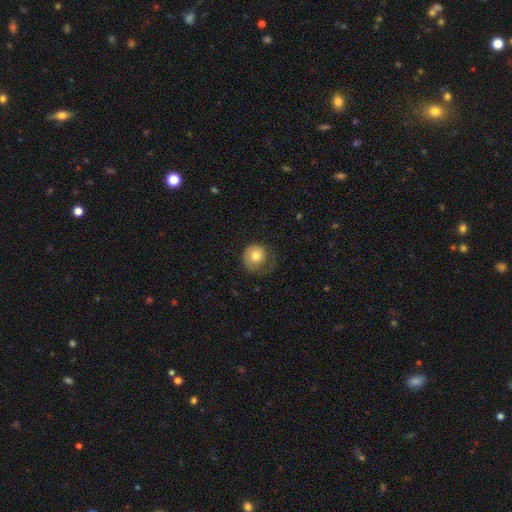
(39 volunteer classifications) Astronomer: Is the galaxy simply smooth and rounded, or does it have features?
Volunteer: smooth — 82%.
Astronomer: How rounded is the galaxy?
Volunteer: round — 97%.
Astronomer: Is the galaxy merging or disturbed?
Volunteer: none — 53%.